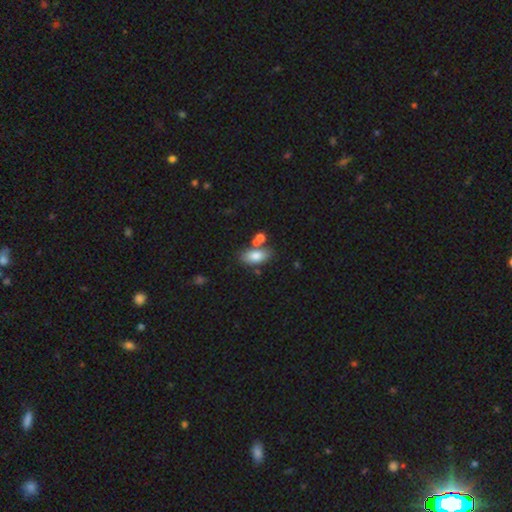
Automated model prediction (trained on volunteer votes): Smooth or featured? smooth (80%)
How rounded? in between (89%)
Merging? none (66%)